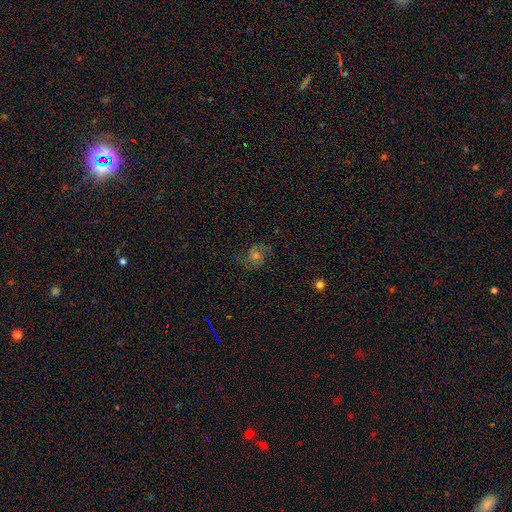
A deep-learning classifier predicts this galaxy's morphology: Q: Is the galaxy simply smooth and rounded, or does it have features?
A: featured or disk — 63%.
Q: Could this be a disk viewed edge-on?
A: no — 97%.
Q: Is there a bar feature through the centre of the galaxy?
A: no — 71%.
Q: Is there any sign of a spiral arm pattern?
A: yes — 91%.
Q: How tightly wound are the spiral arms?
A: medium — 50%.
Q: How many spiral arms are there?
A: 2 — 81%.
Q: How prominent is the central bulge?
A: moderate — 51%.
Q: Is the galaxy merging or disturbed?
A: none — 72%.